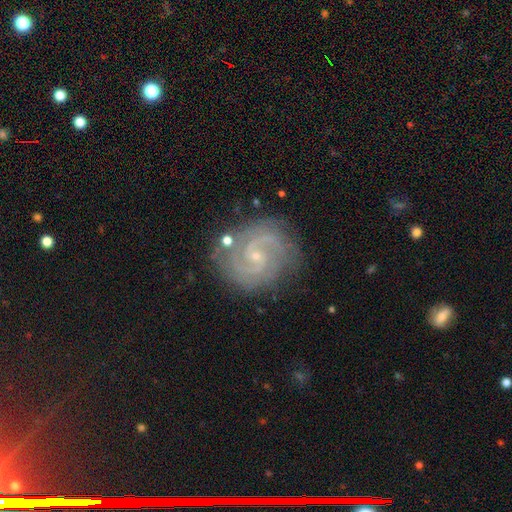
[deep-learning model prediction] smooth-or-featured: featured or disk: 90% | star or artifact: 6% | smooth: 4%
  disk-edge-on: no: 98% | yes: 2%
    bar: no: 55% | weak: 36% | strong: 9%
    has-spiral-arms: yes: 98% | no: 2%
      spiral-winding: tight: 49% | medium: 44% | loose: 7%
      spiral-arm-count: 2: 76% | 3: 10% | can't tell: 5% | 4: 3% | 1: 3% | more than 4: 3%
    bulge-size: small: 84% | moderate: 12% | none: 2% | large: 1% | dominant: 1%
  merging: none: 79% | minor disturbance: 14% | major disturbance: 4% | merger: 3%